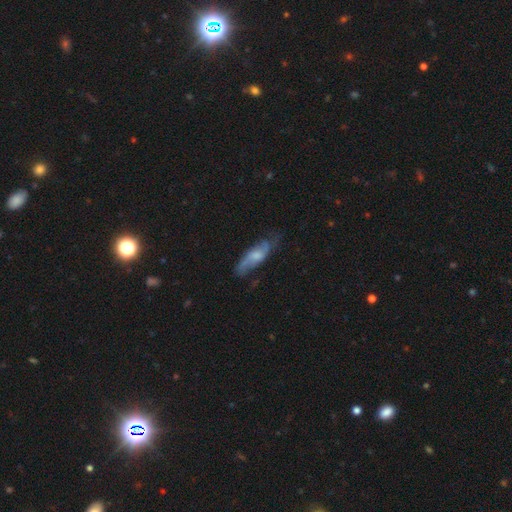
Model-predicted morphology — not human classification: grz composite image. It shows a featured or disk galaxy (57%). Merging: none (62%).